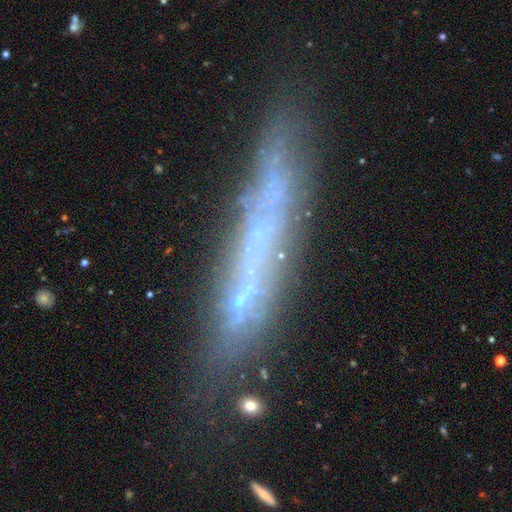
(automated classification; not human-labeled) Smooth or featured?
  - featured or disk: 61% *
  - smooth: 26%
  - star or artifact: 13%
Edge-on disk?
  - yes: 74% *
  - no: 26%
Merging?
  - none: 69% *
  - minor disturbance: 18%
  - major disturbance: 8%
  - merger: 5%